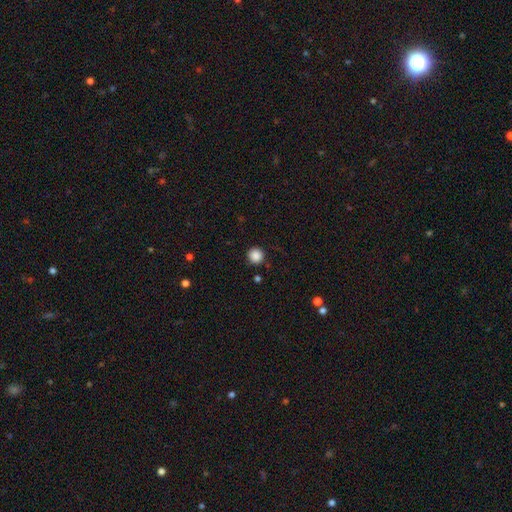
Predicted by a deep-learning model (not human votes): Smooth or featured? smooth (87%)
How rounded? round (96%)
Merging? none (91%)